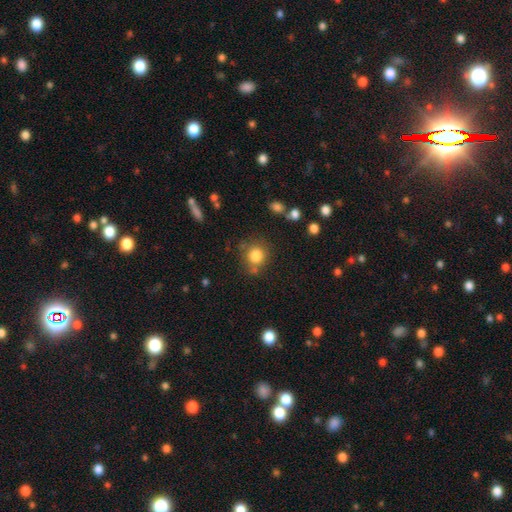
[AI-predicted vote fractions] smooth_or_featured: smooth (p=0.81) [alt: star or artifact p=0.11]
how_rounded: round (p=0.88) [alt: in between p=0.11]
merging: none (p=0.72) [alt: minor disturbance p=0.13]